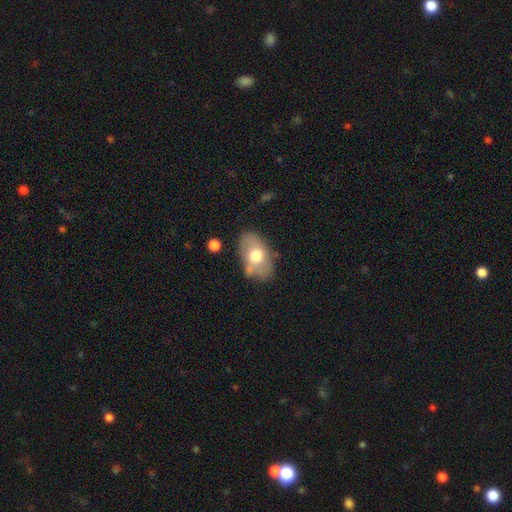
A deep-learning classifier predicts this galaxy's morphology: This appears to be a smooth galaxy with no disk features (62%) that is in between round and cigar-shaped (88%). Merging: none (68%).